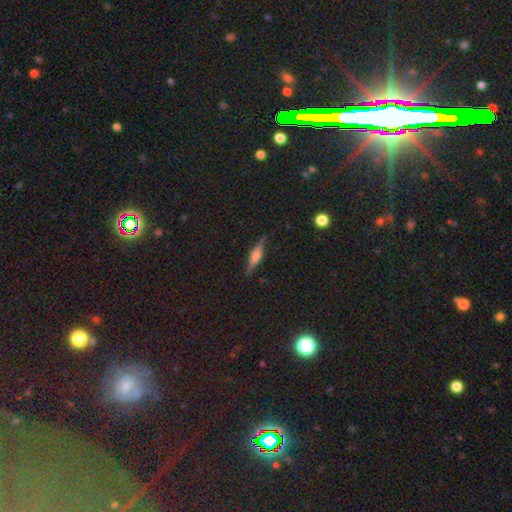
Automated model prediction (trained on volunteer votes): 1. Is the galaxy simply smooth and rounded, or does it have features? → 57% featured or disk, 33% smooth, 10% star or artifact.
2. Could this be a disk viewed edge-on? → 95% yes, 5% no.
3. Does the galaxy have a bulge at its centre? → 69% rounded, 24% boxy, 7% none.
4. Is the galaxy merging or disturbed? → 86% none, 10% minor disturbance, 2% major disturbance, 1% merger.